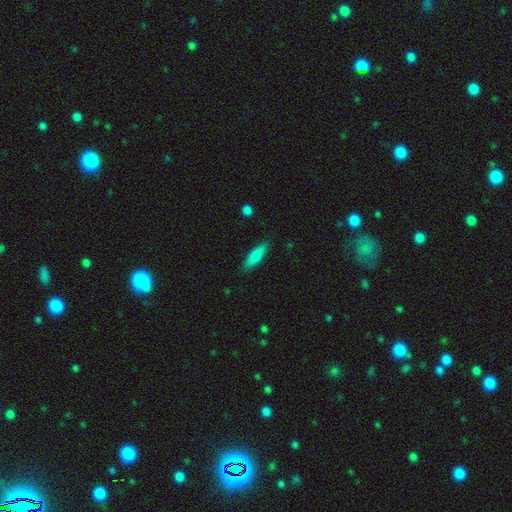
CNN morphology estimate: A smooth galaxy with no disk features (78%) that is cigar-shaped (63%). Merging: none (87%).